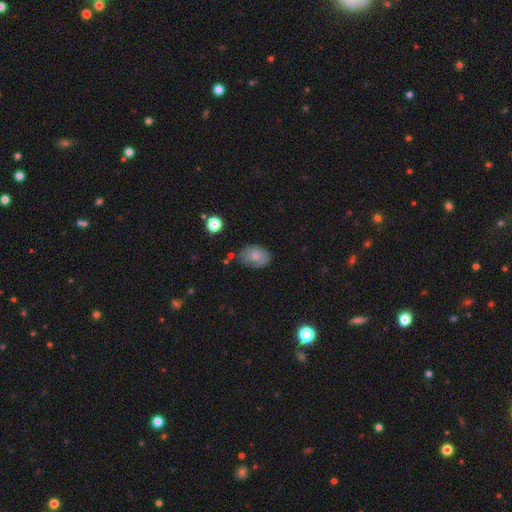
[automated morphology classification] Smooth or featured? Predicted: smooth (p=0.64). How rounded? Predicted: in between (p=0.77). Merging? Predicted: none (p=0.61).